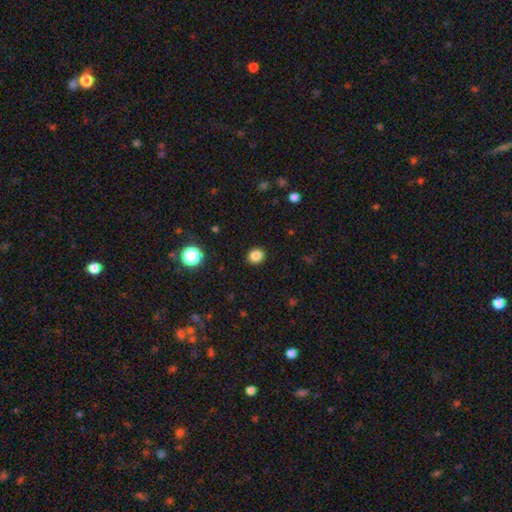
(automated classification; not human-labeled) Q: Smooth or featured?
A: smooth (85%); runner-up: star or artifact (11%)
Q: How rounded?
A: round (71%); runner-up: in between (28%)
Q: Merging?
A: none (91%); runner-up: minor disturbance (6%)